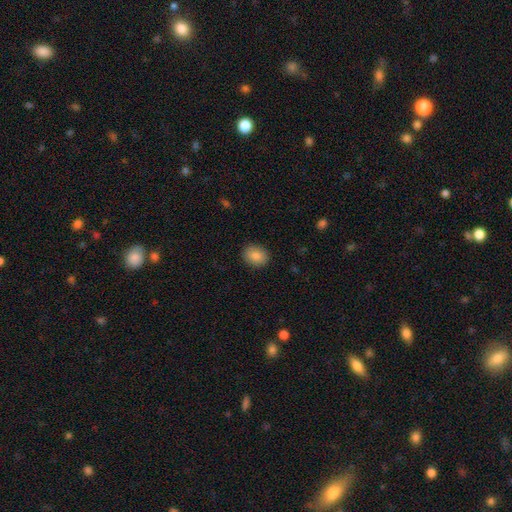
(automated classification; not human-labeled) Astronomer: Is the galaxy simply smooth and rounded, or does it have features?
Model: smooth — 86%.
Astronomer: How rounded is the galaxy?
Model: round — 51% (runner-up: in between, 48%).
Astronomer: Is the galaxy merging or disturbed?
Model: none — 90%.